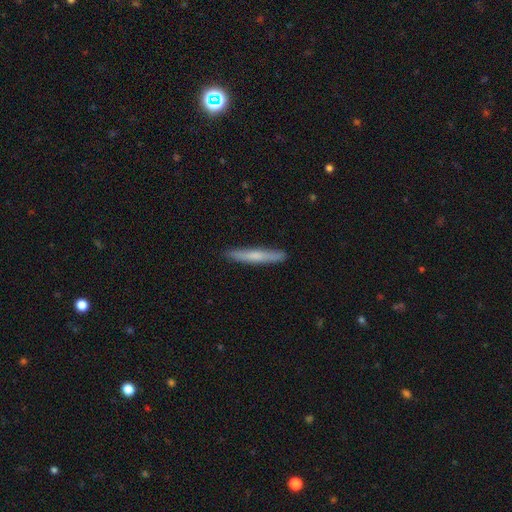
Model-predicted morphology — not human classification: Overall: smooth (59%; featured or disk 35%). How rounded: cigar-shaped (95%). Merging: none (90%).